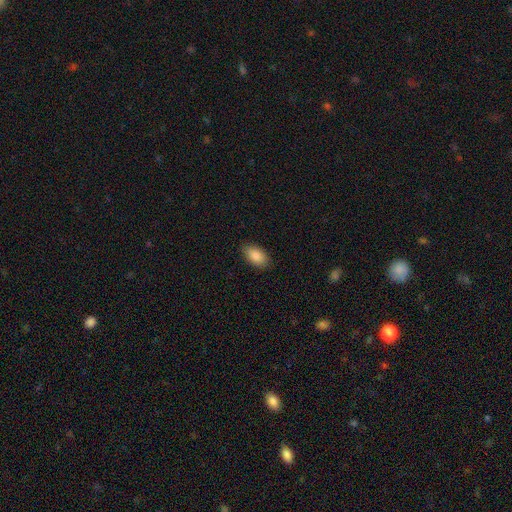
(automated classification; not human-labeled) Q: Smooth or featured?
A: smooth (88%); runner-up: star or artifact (7%)
Q: How rounded?
A: in between (94%); runner-up: round (4%)
Q: Merging?
A: none (87%); runner-up: minor disturbance (10%)